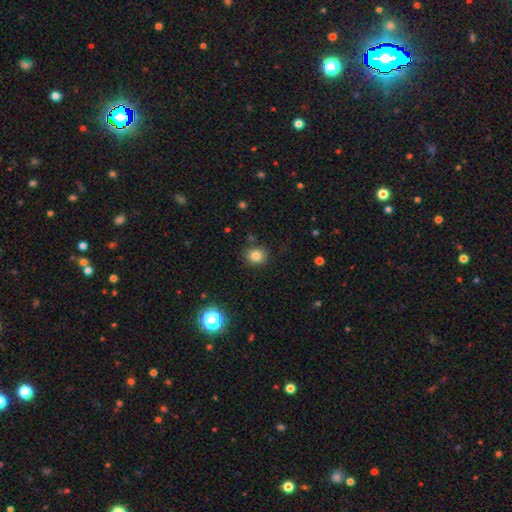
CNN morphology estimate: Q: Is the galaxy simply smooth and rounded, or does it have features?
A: smooth — 82%.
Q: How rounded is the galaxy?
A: round — 78%.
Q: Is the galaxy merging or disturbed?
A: none — 85%.